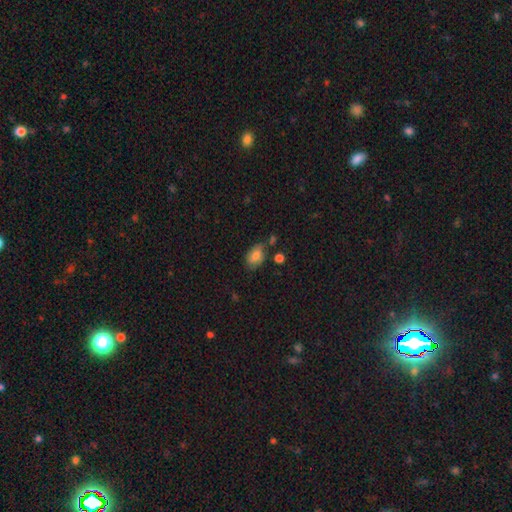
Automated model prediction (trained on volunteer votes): This is likely a smooth galaxy (76%). How rounded: clearly in between (84%). Merging: likely none (62%).